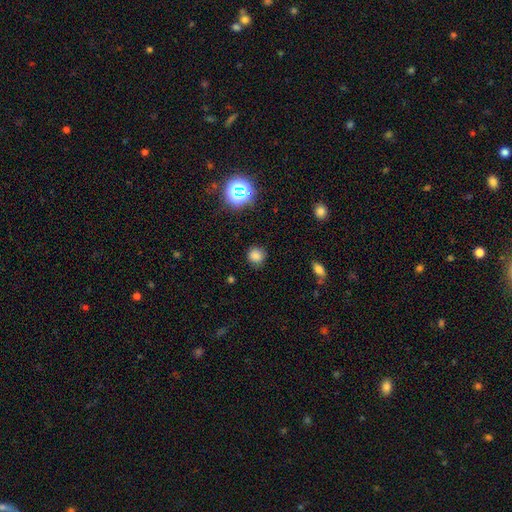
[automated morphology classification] Smooth or featured? smooth (79%)
How rounded? round (91%)
Merging? none (86%)